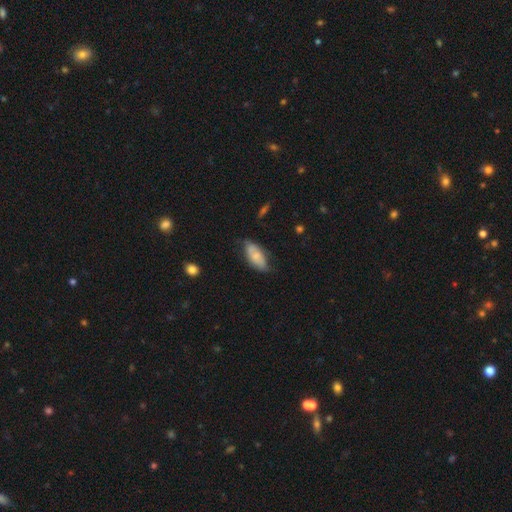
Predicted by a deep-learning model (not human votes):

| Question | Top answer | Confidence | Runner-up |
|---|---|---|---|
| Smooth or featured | smooth | 70% | featured or disk (24%) |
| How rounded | in between | 87% | cigar-shaped (11%) |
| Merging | none | 61% | minor disturbance (30%) |